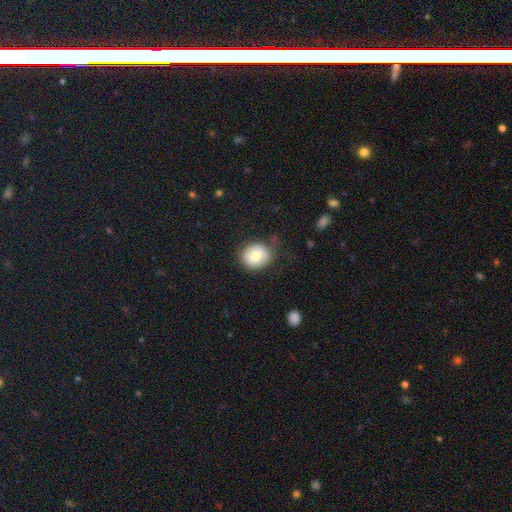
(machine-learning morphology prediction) Smooth or featured?
  - smooth: 77% *
  - featured or disk: 15%
  - star or artifact: 8%
How rounded?
  - round: 80% *
  - in between: 19%
  - cigar-shaped: 1%
Merging?
  - none: 72% *
  - minor disturbance: 21%
  - major disturbance: 6%
  - merger: 2%